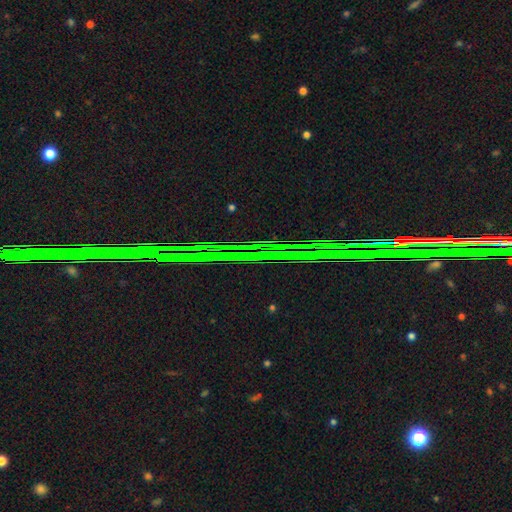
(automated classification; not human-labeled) smooth_or_featured: star or artifact (p=0.89) [alt: featured or disk p=0.06]